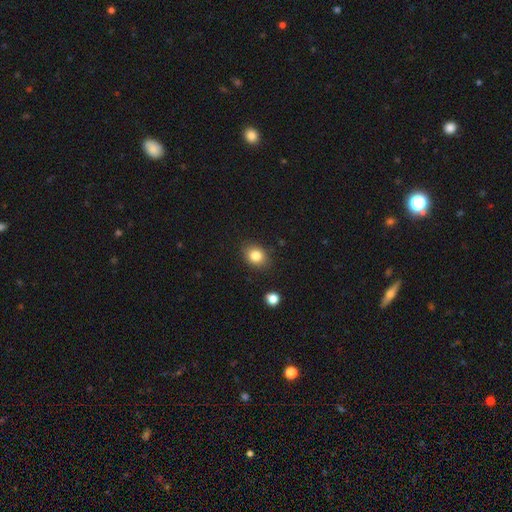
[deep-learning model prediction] smooth 83%, star or artifact 10%, featured or disk 7%. Down the decision tree: how rounded — in between (50%); merging — none (84%).